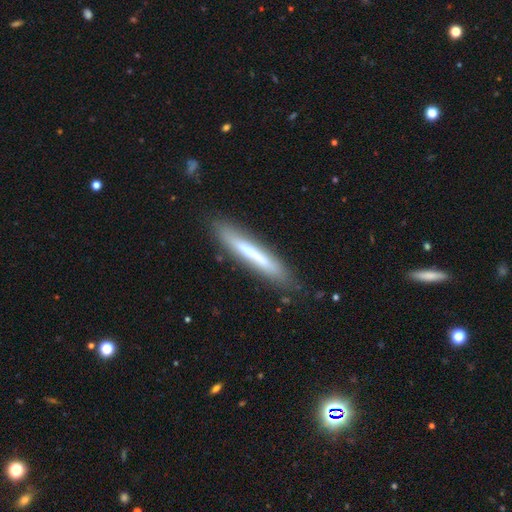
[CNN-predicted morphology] This is possibly a featured or disk galaxy (47%). Merging: clearly none (81%).